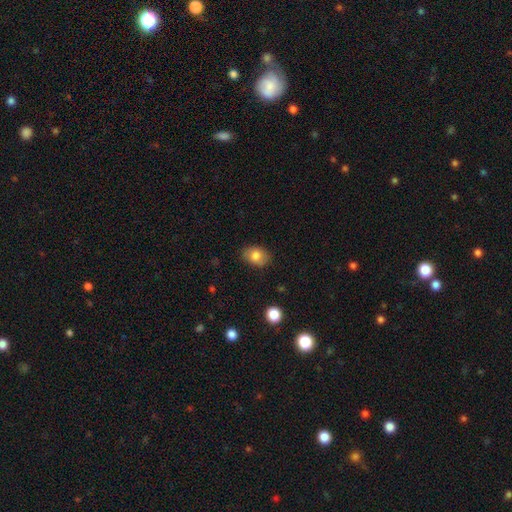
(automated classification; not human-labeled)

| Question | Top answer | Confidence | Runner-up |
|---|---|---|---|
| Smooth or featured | smooth | 82% | featured or disk (10%) |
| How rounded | in between | 73% | round (25%) |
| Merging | none | 83% | minor disturbance (13%) |